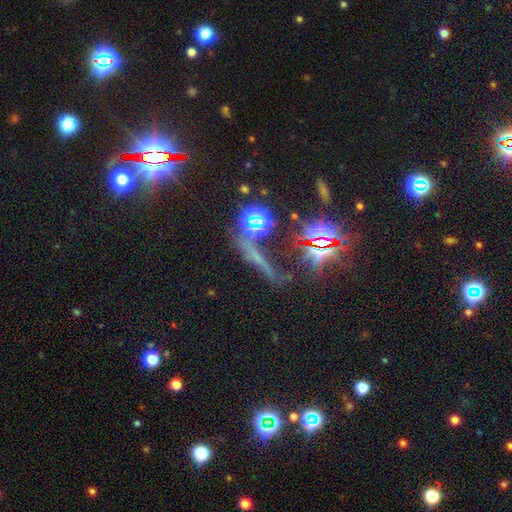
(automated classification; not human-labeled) This appears to be a star or artifact, not a galaxy (52%).